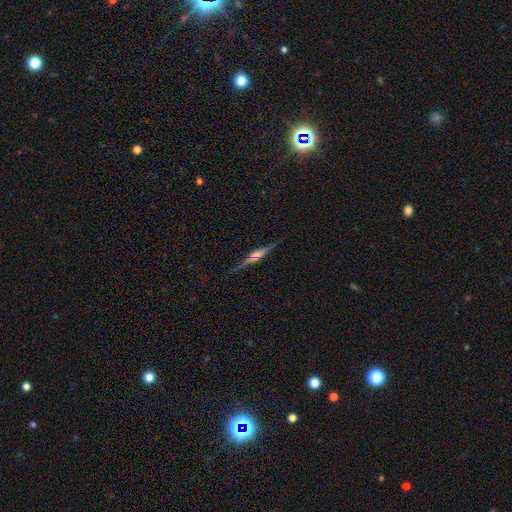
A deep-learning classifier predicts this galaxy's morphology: Overall: featured or disk (74%). Edge-on disk: yes (97%). Edge-on bulge: rounded (72%). Merging: none (87%).